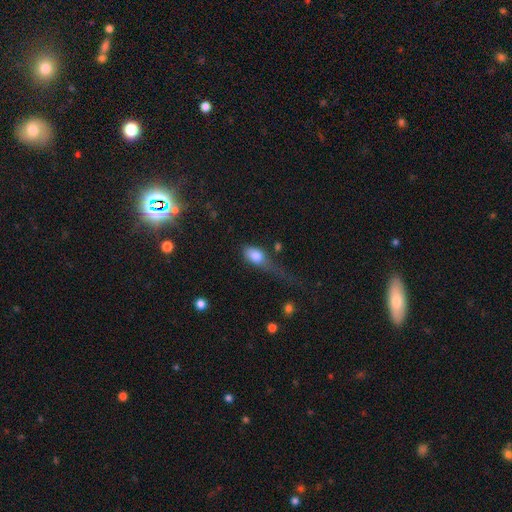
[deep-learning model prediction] smooth 80%, featured or disk 13%, star or artifact 8%. Down the decision tree: how rounded — in between (82%); merging — major disturbance (47%).